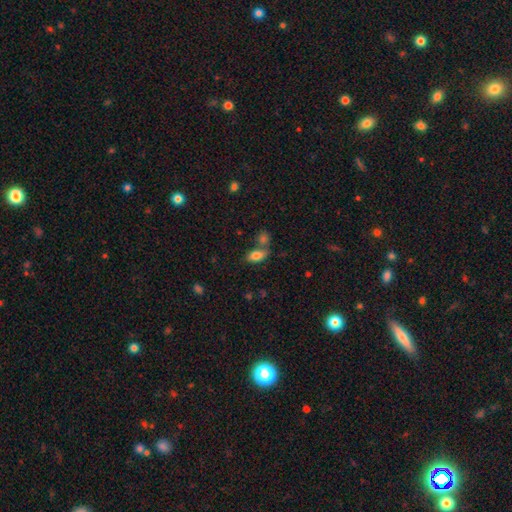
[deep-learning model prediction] A smooth galaxy with no disk features (80%) that is in between round and cigar-shaped (89%). Merging: none (50%).